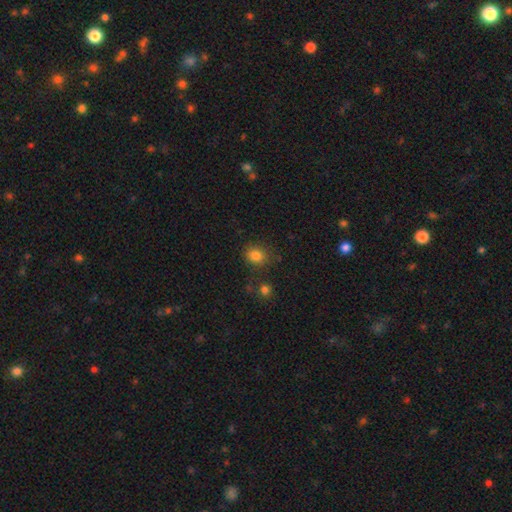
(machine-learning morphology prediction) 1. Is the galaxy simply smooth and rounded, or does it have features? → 81% smooth, 13% star or artifact, 6% featured or disk.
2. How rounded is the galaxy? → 66% round, 33% in between, 1% cigar-shaped.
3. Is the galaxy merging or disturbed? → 76% none, 14% minor disturbance, 5% merger, 5% major disturbance.